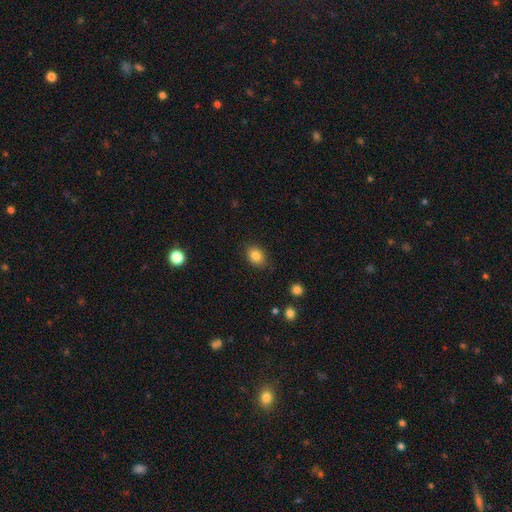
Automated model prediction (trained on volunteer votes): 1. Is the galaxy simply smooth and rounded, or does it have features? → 83% smooth, 10% star or artifact, 7% featured or disk.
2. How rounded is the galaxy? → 58% in between, 41% round, 1% cigar-shaped.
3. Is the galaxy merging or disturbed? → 83% none, 13% minor disturbance, 3% major disturbance, 1% merger.